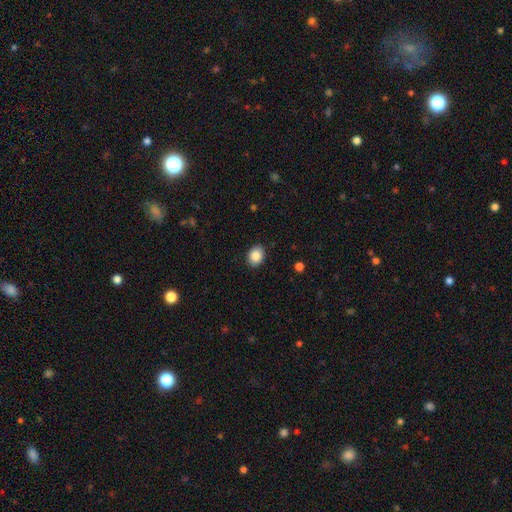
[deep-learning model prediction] This appears to be a smooth galaxy with no disk features (86%) that is in between round and cigar-shaped (59%). Merging: none (89%).